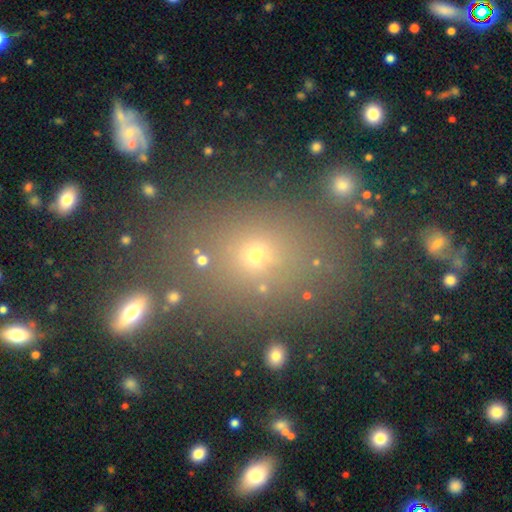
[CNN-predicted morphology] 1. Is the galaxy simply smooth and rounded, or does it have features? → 60% smooth, 27% star or artifact, 13% featured or disk.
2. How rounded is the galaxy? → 56% in between, 41% round, 4% cigar-shaped.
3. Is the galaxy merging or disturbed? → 71% none, 13% minor disturbance, 9% merger, 7% major disturbance.